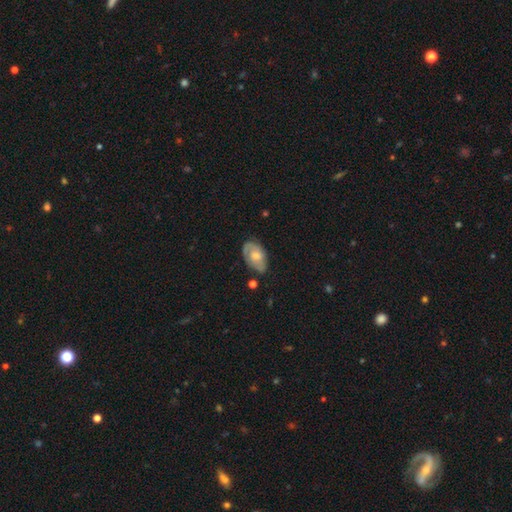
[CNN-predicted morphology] The model was most divided on "smooth or featured": featured or disk: 52%, smooth: 41%, star or artifact: 6%. More confident: edge-on disk — no (94%); merging — none (63%).